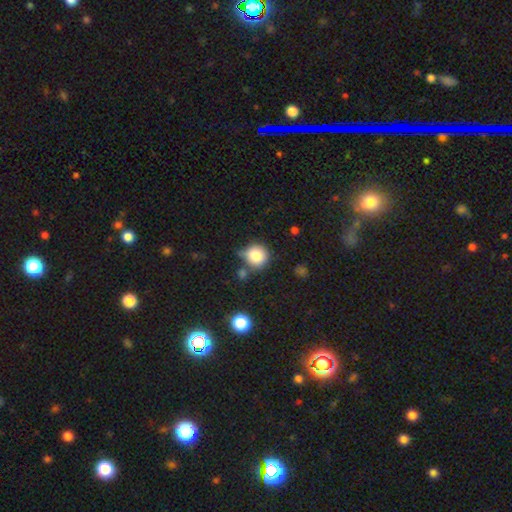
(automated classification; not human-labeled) The model was most divided on "merging": none: 63%, minor disturbance: 20%, merger: 11%, major disturbance: 6%. More confident: how rounded — round (91%); smooth or featured — smooth (80%).